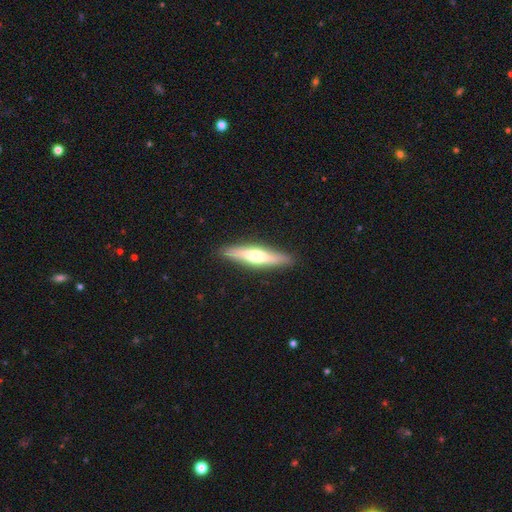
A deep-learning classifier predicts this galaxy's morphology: Q: Smooth or featured?
A: featured or disk (52%); runner-up: smooth (42%)
Q: Edge-on disk?
A: yes (93%); runner-up: no (7%)
Q: Merging?
A: none (89%); runner-up: minor disturbance (8%)